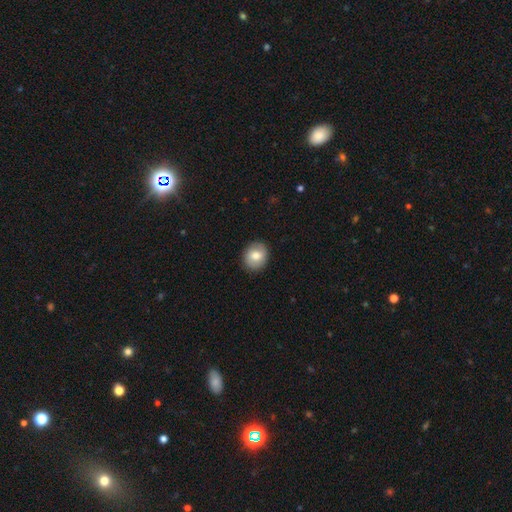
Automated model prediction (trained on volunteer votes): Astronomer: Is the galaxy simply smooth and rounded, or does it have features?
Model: smooth — 75%.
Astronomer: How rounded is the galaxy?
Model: round — 68%.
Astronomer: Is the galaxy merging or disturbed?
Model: none — 89%.